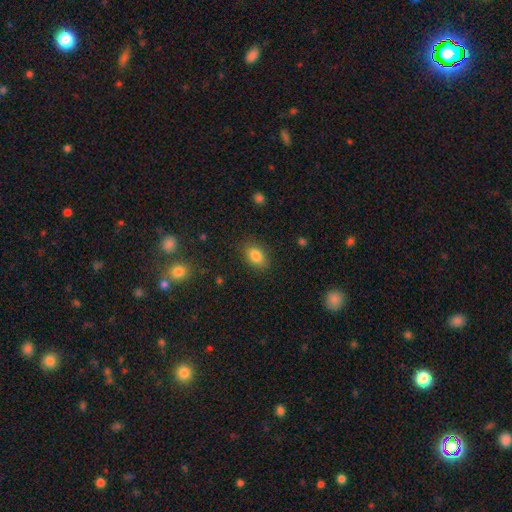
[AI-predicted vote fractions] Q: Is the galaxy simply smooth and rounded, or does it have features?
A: smooth — 84%.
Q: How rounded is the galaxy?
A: in between — 85%.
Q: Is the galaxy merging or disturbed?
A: none — 84%.